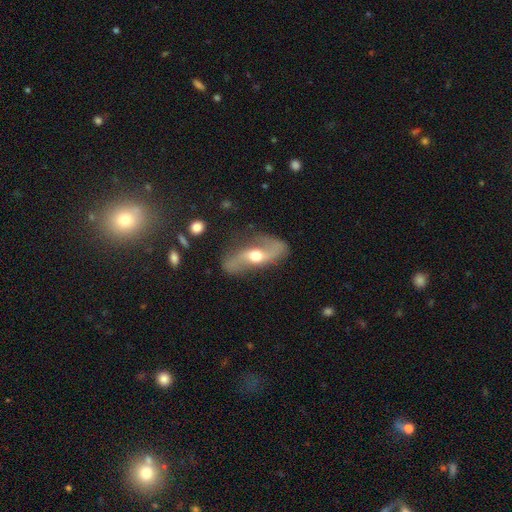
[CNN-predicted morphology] Smooth or featured? featured or disk (83%)
Edge-on disk? no (90%)
Bar? no (45%)
Spiral arms? yes (92%)
Spiral winding? loose (75%)
Spiral arm count? 2 (93%)
Bulge size? moderate (71%)
Merging? none (71%)